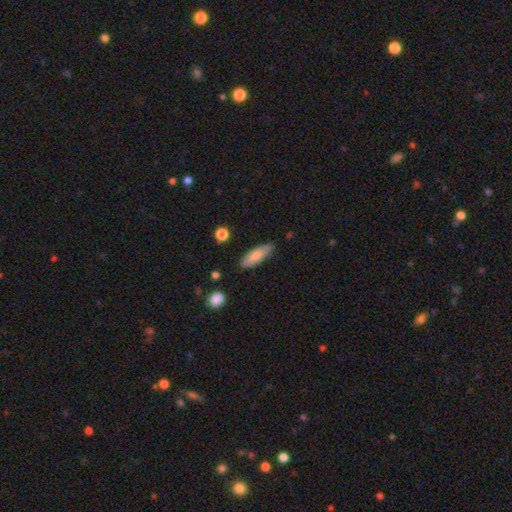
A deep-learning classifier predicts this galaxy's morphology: The model was most divided on "how rounded": in between: 57%, cigar-shaped: 41%, round: 2%. More confident: merging — none (81%); smooth or featured — smooth (77%).